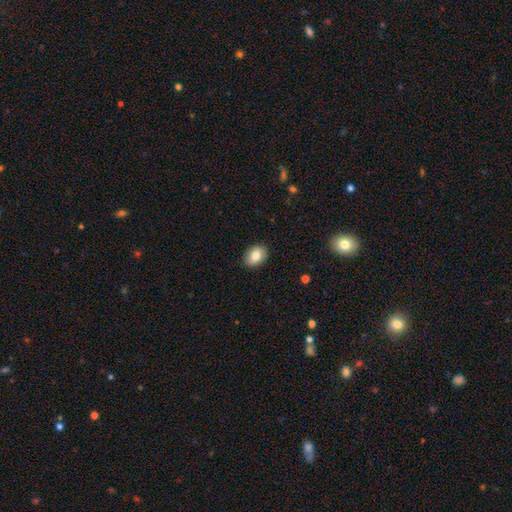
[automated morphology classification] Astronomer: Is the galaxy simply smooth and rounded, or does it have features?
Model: smooth — 82%.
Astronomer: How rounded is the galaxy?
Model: in between — 71%.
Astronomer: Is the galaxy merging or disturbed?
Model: none — 89%.